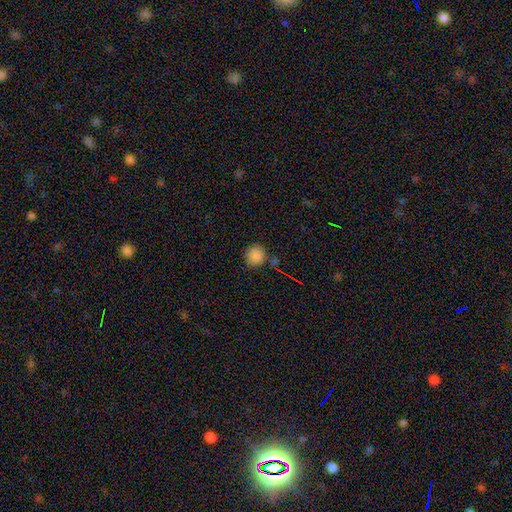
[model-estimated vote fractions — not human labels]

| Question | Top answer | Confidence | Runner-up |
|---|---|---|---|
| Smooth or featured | smooth | 83% | star or artifact (12%) |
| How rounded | round | 87% | in between (12%) |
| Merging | none | 80% | minor disturbance (12%) |